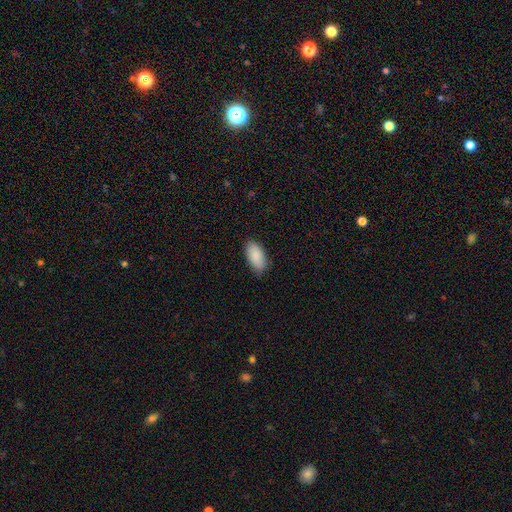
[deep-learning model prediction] smooth-or-featured: smooth: 89% | star or artifact: 6% | featured or disk: 5%
  how-rounded: in between: 94% | cigar-shaped: 4% | round: 2%
  merging: none: 83% | minor disturbance: 14% | major disturbance: 2% | merger: 1%